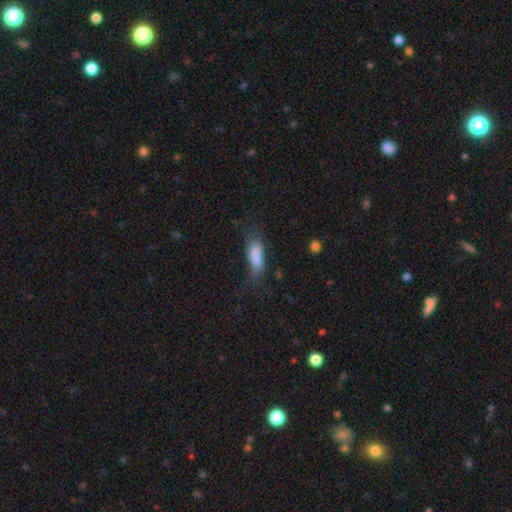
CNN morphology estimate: The model was most divided on "merging": none: 38%, minor disturbance: 32%, major disturbance: 26%, merger: 4%. More confident: smooth or featured — smooth (78%); how rounded — in between (65%).